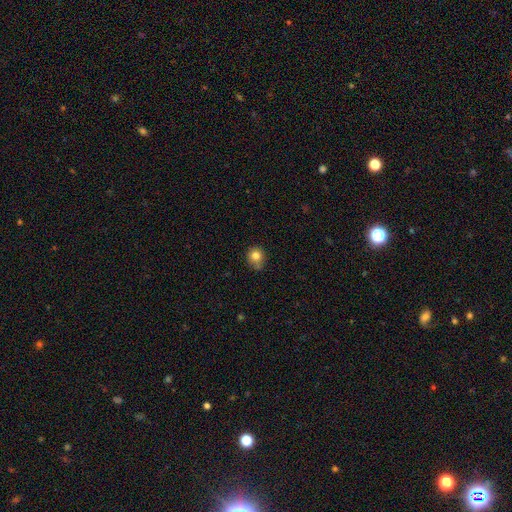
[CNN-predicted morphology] A smooth galaxy with no disk features (81%) that is round (80%). Merging: none (66%).